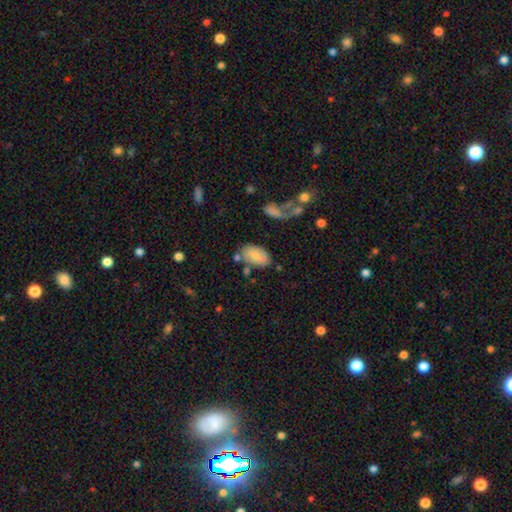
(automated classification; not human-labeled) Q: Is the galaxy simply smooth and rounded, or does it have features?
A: smooth — 70%.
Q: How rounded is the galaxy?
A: in between — 92%.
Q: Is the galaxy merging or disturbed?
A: none — 60%.